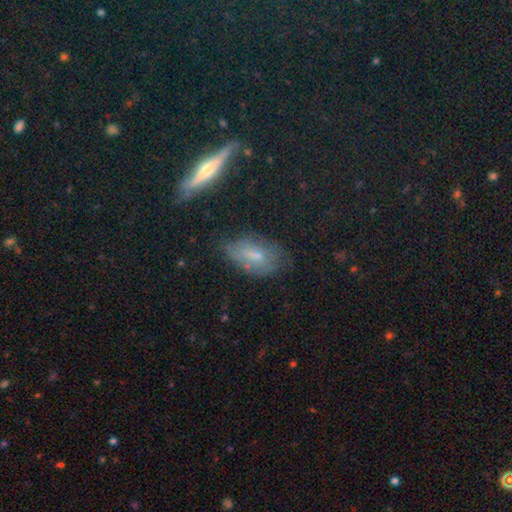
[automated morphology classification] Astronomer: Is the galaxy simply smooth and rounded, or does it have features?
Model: smooth — 54% (runner-up: featured or disk, 33%).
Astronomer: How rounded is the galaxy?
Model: in between — 86%.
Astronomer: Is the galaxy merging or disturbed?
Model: none — 55%.